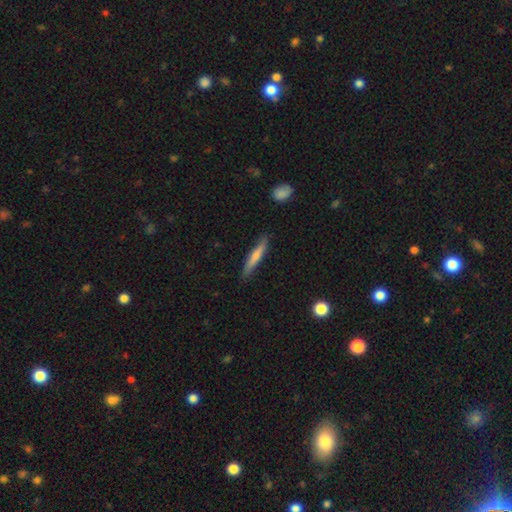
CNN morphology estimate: Q: Smooth or featured?
A: smooth (53%); runner-up: featured or disk (41%)
Q: How rounded?
A: cigar-shaped (92%); runner-up: in between (6%)
Q: Merging?
A: none (87%); runner-up: minor disturbance (10%)